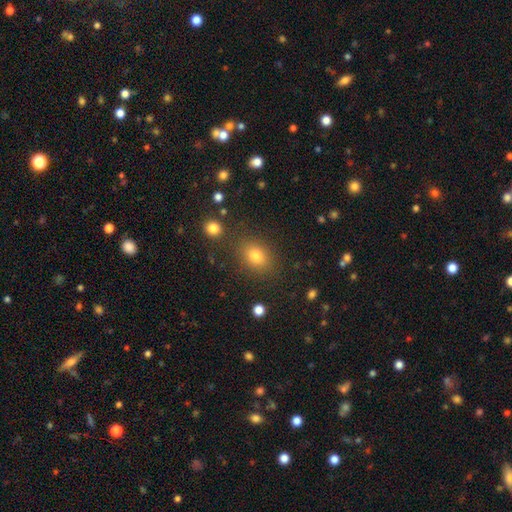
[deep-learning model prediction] Smooth or featured?
  - smooth: 79% *
  - star or artifact: 14%
  - featured or disk: 8%
How rounded?
  - in between: 60% *
  - round: 39%
  - cigar-shaped: 1%
Merging?
  - none: 81% *
  - minor disturbance: 11%
  - merger: 4%
  - major disturbance: 4%